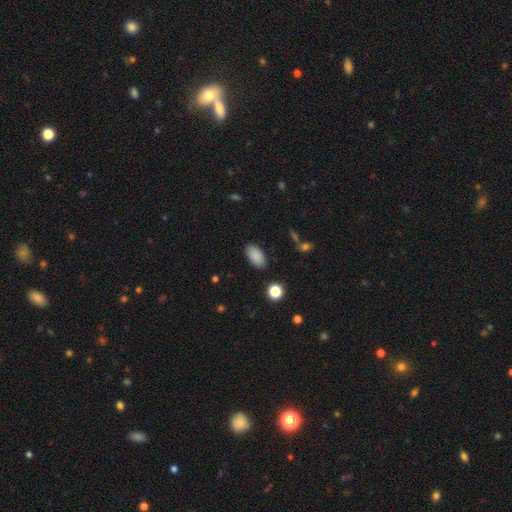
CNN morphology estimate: This is clearly a smooth galaxy (88%). How rounded: clearly in between (94%). Merging: clearly none (88%).